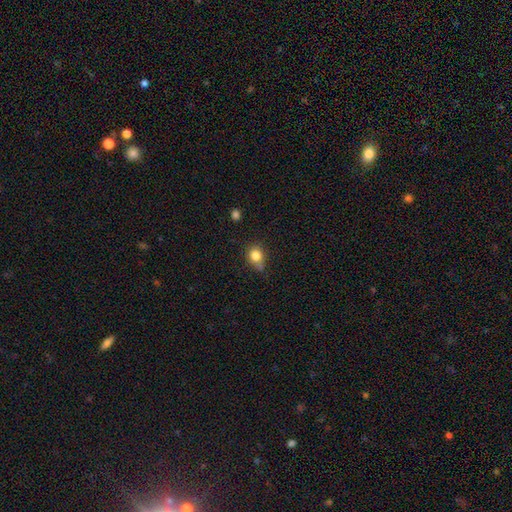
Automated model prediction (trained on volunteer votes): A smooth galaxy with no disk features (82%) that is round (61%). Merging: none (53%).